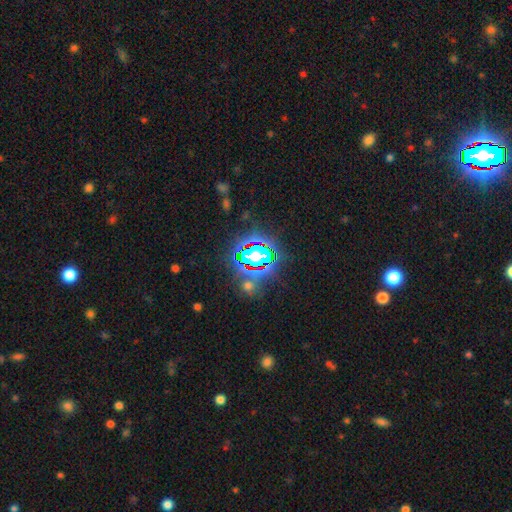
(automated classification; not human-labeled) A star or artifact, not a galaxy (80%).